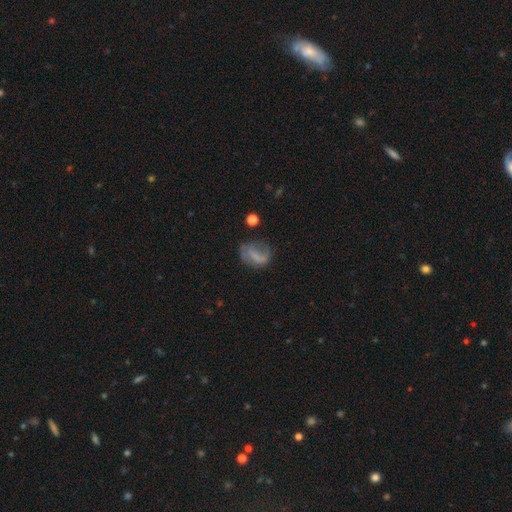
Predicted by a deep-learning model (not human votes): A smooth galaxy with no disk features (45%).

Vote fractions:
- Smooth or featured? smooth: 45% / featured or disk: 43% / star or artifact: 11%
- Merging? none: 52% / minor disturbance: 26% / major disturbance: 19% / merger: 3%